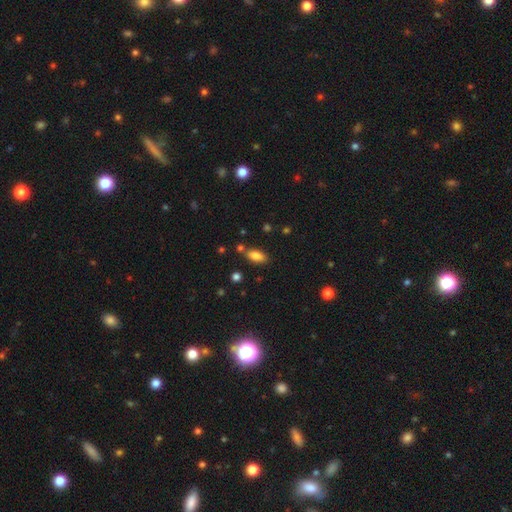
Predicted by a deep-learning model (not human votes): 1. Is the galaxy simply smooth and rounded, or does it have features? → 83% smooth, 9% star or artifact, 8% featured or disk.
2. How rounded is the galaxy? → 87% in between, 9% cigar-shaped, 4% round.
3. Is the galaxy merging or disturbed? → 76% none, 13% minor disturbance, 8% merger, 3% major disturbance.